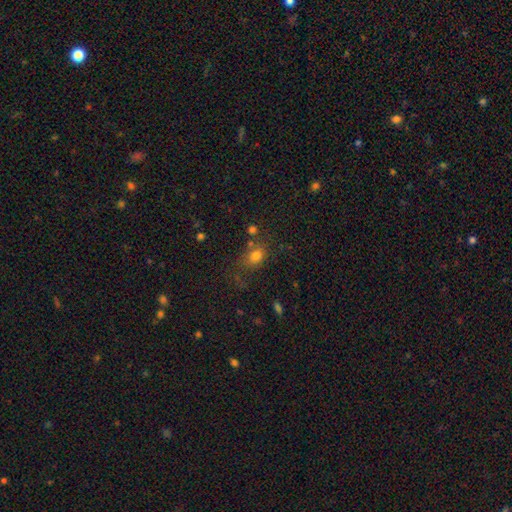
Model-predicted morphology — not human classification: Q: Smooth or featured?
A: smooth (76%); runner-up: star or artifact (15%)
Q: How rounded?
A: in between (60%); runner-up: round (39%)
Q: Merging?
A: none (60%); runner-up: minor disturbance (19%)